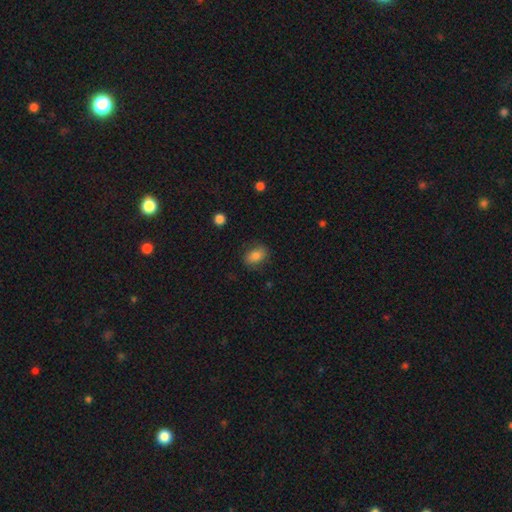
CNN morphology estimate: A smooth galaxy with no disk features (81%) that is in between round and cigar-shaped (79%).

Vote fractions:
- Smooth or featured? smooth: 81% / featured or disk: 10% / star or artifact: 9%
- How rounded? in between: 79% / round: 20% / cigar-shaped: 2%
- Merging? none: 81% / minor disturbance: 14% / major disturbance: 4% / merger: 1%